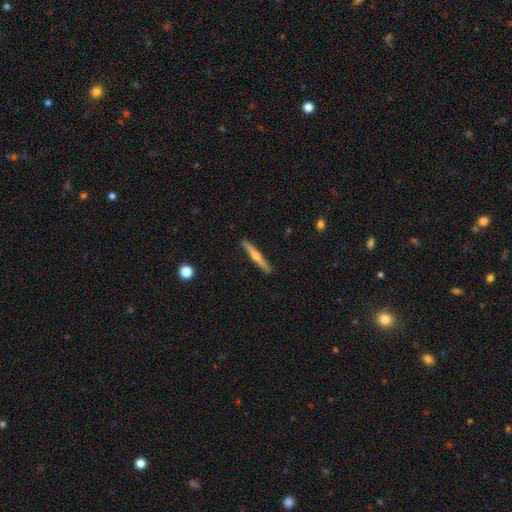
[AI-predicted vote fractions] A featured or disk galaxy (64%) viewed edge-on (97%) with a rounded central bulge (87%).

Vote fractions:
- Smooth or featured? featured or disk: 64% / smooth: 30% / star or artifact: 6%
- Edge-on disk? yes: 97% / no: 3%
- Edge-on bulge? rounded: 87% / none: 10% / boxy: 3%
- Merging? none: 90% / minor disturbance: 8% / major disturbance: 1% / merger: 1%